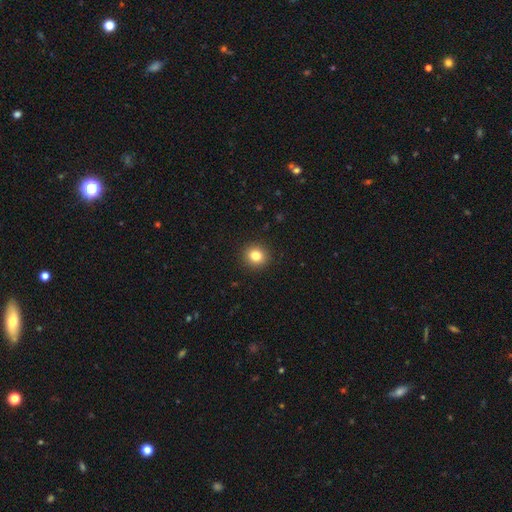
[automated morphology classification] A smooth galaxy with no disk features (82%) that is round (89%). Merging: none (92%).